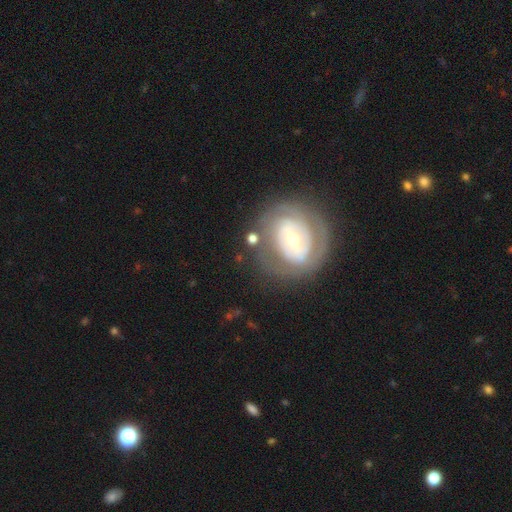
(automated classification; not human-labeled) Morphology: type=featured or disk (72%); edge-on=no (96%); bar=no (51%); spiral arms=yes (66%); bulge=small (54%); merging=none (74%).